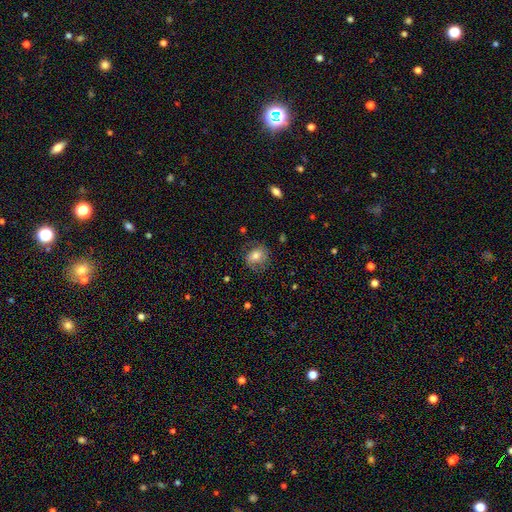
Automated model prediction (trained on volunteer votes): smooth_or_featured: smooth (p=0.69) [alt: featured or disk p=0.22]
how_rounded: round (p=0.53) [alt: in between p=0.45]
merging: none (p=0.71) [alt: minor disturbance p=0.19]